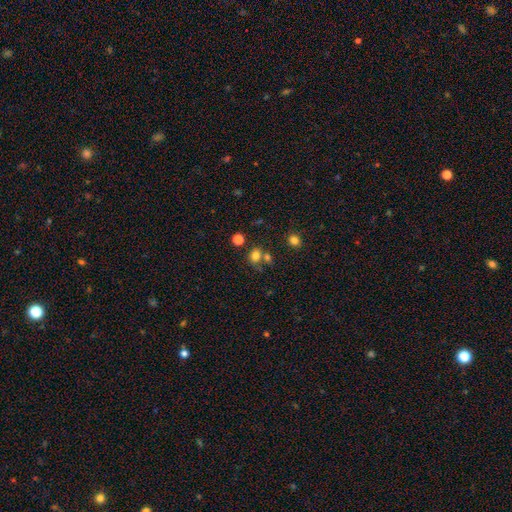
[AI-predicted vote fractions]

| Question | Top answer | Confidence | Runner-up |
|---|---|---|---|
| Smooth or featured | smooth | 75% | star or artifact (16%) |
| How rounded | round | 57% | in between (42%) |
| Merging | none | 54% | merger (29%) |